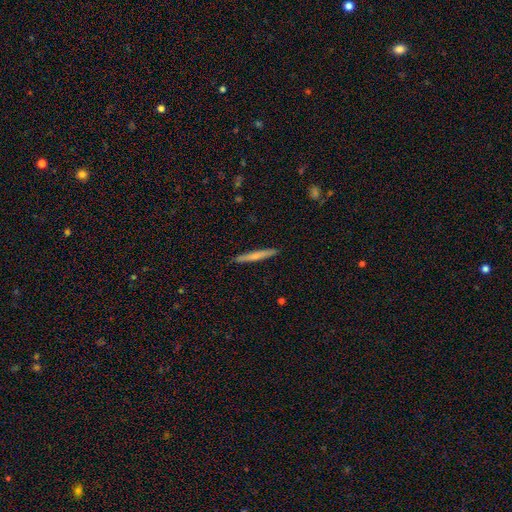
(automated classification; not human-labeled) Smooth or featured? smooth (63%)
How rounded? cigar-shaped (96%)
Merging? none (91%)